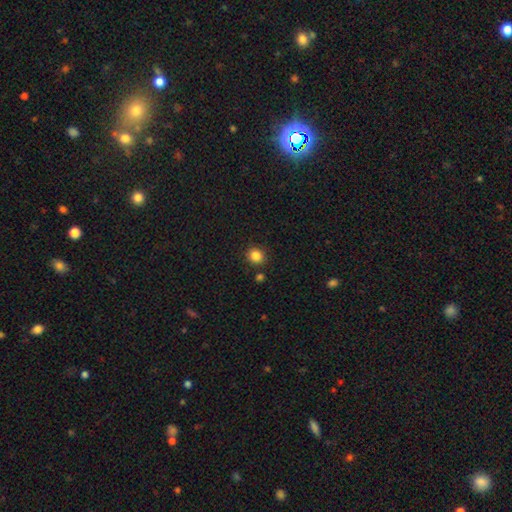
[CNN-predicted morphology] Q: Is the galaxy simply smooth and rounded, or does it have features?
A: smooth — 85%.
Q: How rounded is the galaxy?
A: round — 79%.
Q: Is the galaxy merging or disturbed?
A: none — 86%.